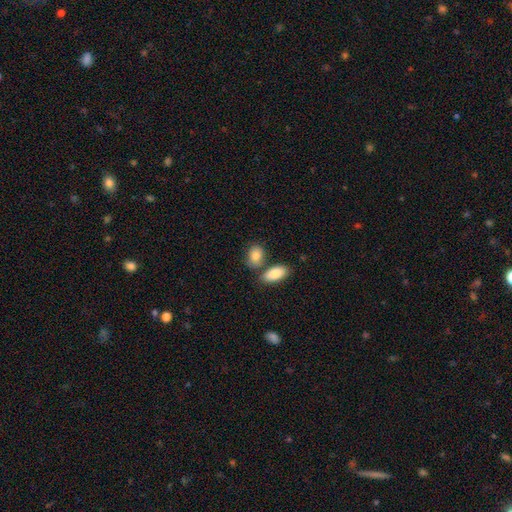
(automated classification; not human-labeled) Smooth or featured? Predicted: smooth (p=0.85). How rounded? Predicted: in between (p=0.83). Merging? Predicted: none (p=0.58).